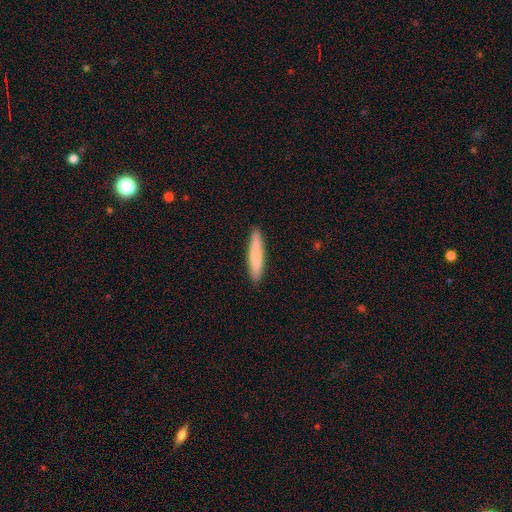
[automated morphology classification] Smooth or featured? smooth (81%)
How rounded? cigar-shaped (92%)
Merging? none (91%)